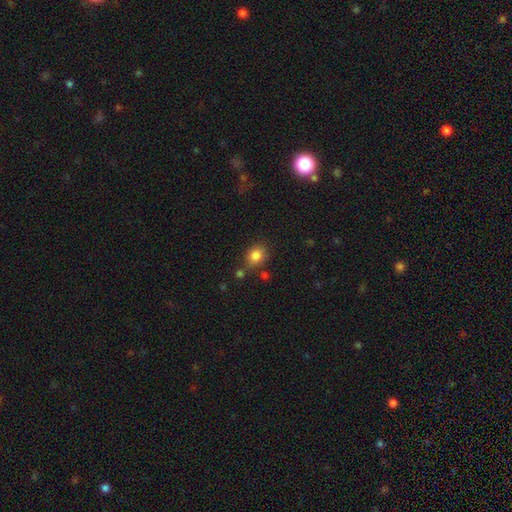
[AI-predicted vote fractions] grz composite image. It shows a smooth galaxy with no disk features (84%) that is round (65%). Merging: none (71%).